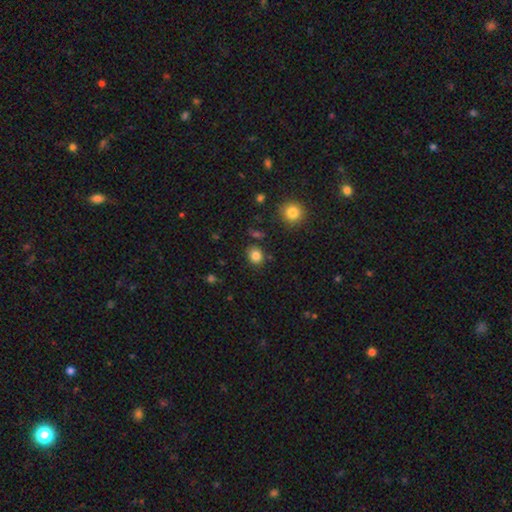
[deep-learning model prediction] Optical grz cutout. It shows a smooth galaxy with no disk features (84%) that is round (69%). Merging: none (84%).